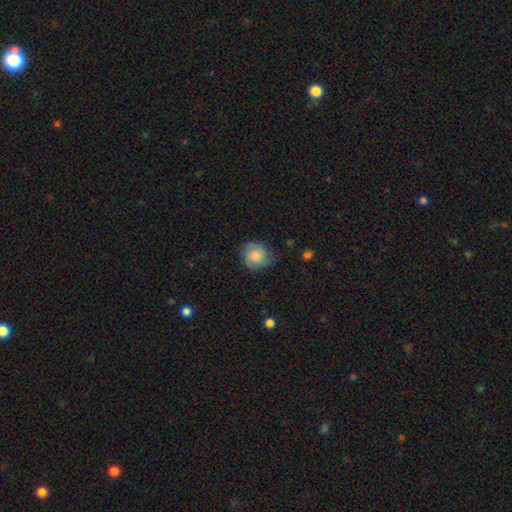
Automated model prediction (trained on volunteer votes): Overall: smooth (66%; featured or disk 27%). How rounded: round (79%). Merging: none (74%).